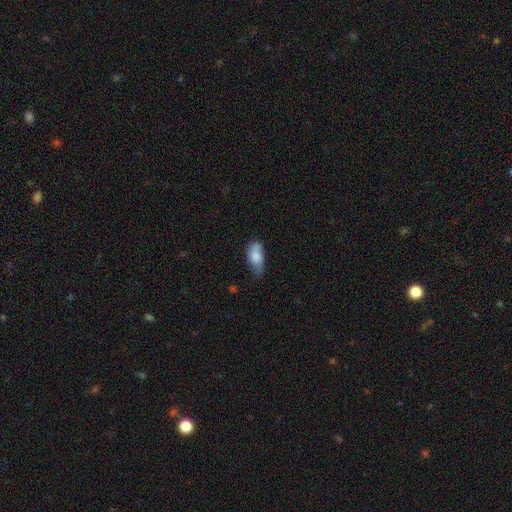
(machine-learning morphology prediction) This appears to be a smooth galaxy with no disk features (76%) that is in between round and cigar-shaped (88%). Merging: none (50%).